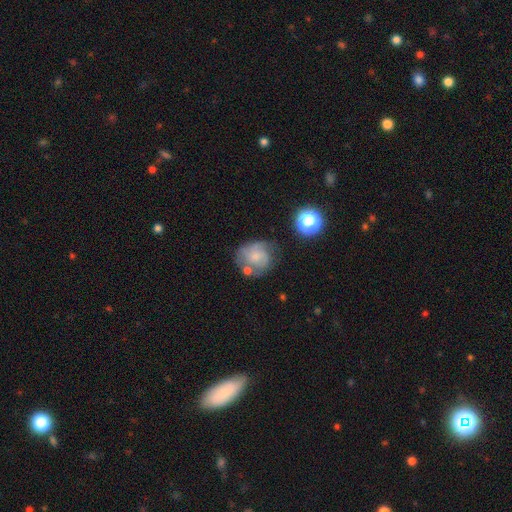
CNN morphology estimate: Q: Smooth or featured?
A: smooth (46%); runner-up: featured or disk (44%)
Q: Merging?
A: none (48%); runner-up: minor disturbance (25%)